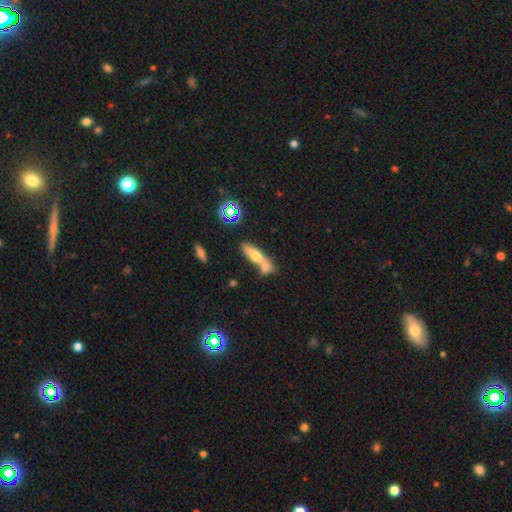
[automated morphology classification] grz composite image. It shows a smooth galaxy with no disk features (62%) that is cigar-shaped (54%). Merging: merger (50%).